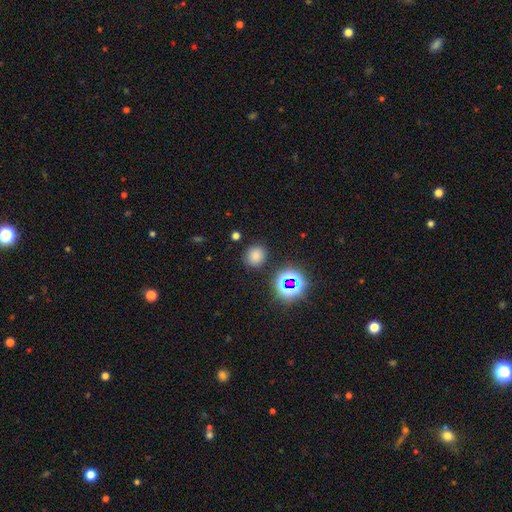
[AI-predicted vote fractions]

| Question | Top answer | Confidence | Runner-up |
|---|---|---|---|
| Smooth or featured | smooth | 73% | star or artifact (21%) |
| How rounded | round | 76% | in between (23%) |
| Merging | none | 84% | minor disturbance (10%) |